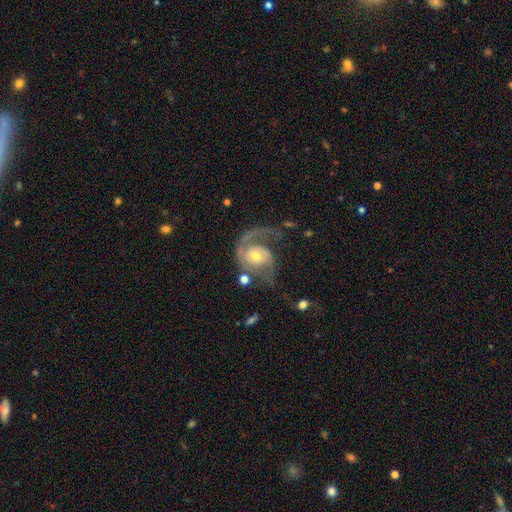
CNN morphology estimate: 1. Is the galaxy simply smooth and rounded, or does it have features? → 85% featured or disk, 10% smooth, 6% star or artifact.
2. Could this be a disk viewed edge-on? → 97% no, 3% yes.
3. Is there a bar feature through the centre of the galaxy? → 68% no, 27% weak, 6% strong.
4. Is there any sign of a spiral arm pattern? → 94% yes, 6% no.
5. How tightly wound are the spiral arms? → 43% medium, 29% tight, 29% loose.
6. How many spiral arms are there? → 51% 2, 38% 1, 6% can't tell, 3% 3, 1% 4, 1% more than 4.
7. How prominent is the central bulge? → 55% moderate, 37% small, 5% large, 2% none, 1% dominant.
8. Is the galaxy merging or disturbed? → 44% none, 32% major disturbance, 18% minor disturbance, 6% merger.